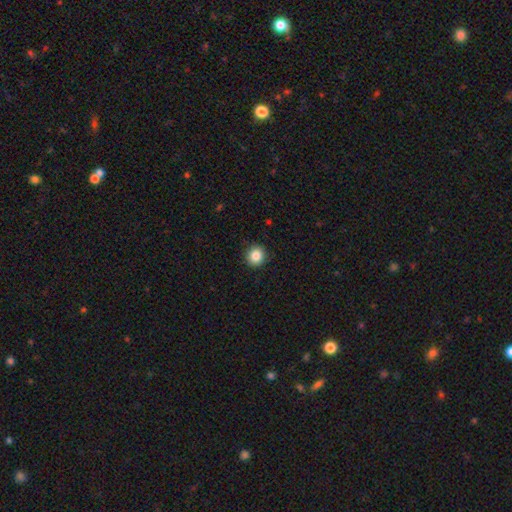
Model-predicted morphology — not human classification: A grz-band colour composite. It shows a smooth galaxy with no disk features (85%) that is round (91%). Merging: none (91%).